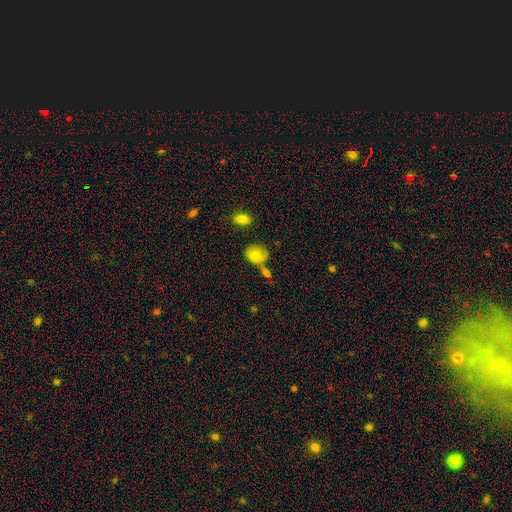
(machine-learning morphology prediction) This appears to be a smooth galaxy with no disk features (78%) that is round (62%). Merging: none (48%).